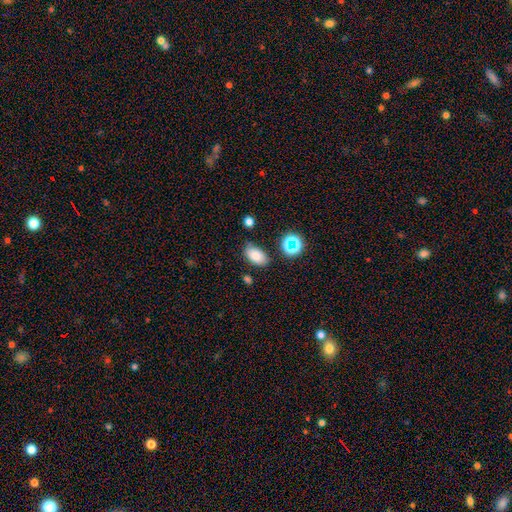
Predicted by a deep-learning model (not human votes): This appears to be a smooth galaxy with no disk features (79%) that is in between round and cigar-shaped (91%). Merging: none (75%).